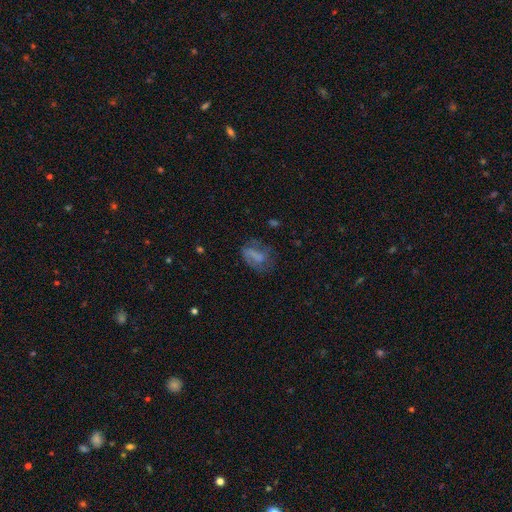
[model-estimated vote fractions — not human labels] Smooth or featured?
  - smooth: 50% *
  - featured or disk: 38%
  - star or artifact: 12%
Merging?
  - none: 46% *
  - major disturbance: 26%
  - minor disturbance: 26%
  - merger: 3%